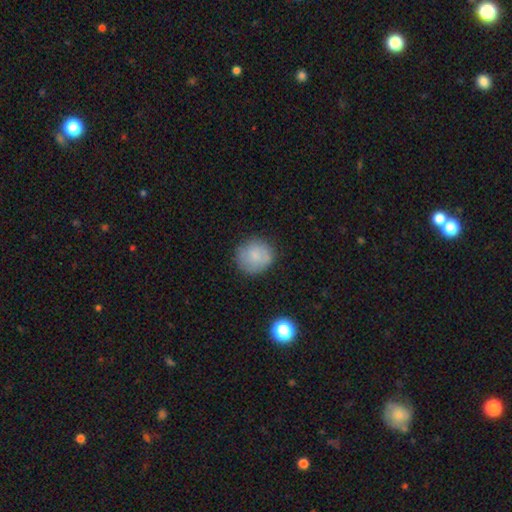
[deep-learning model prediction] The model was most divided on "smooth or featured": smooth: 77%, featured or disk: 14%, star or artifact: 9%. More confident: how rounded — round (91%); merging — none (80%).